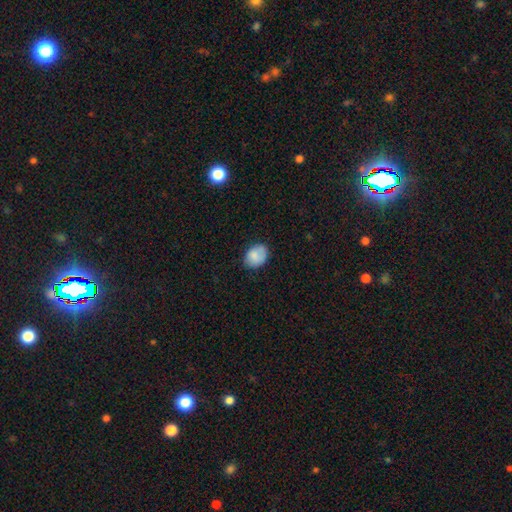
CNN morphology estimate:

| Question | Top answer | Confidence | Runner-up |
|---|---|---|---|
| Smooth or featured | smooth | 84% | featured or disk (9%) |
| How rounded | in between | 67% | round (32%) |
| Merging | none | 73% | minor disturbance (21%) |